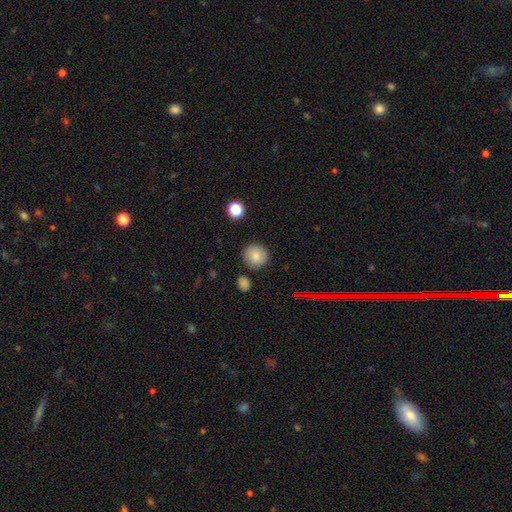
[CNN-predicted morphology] Smooth or featured? Predicted: smooth (p=0.83). How rounded? Predicted: round (p=0.91). Merging? Predicted: none (p=0.87).